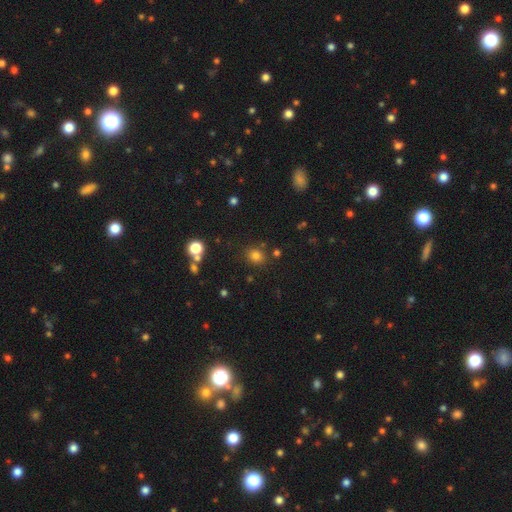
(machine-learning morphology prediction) Smooth or featured: smooth — 77% (star or artifact — 17%)
How rounded: round — 70% (in between — 29%)
Merging: none — 82% (minor disturbance — 10%)